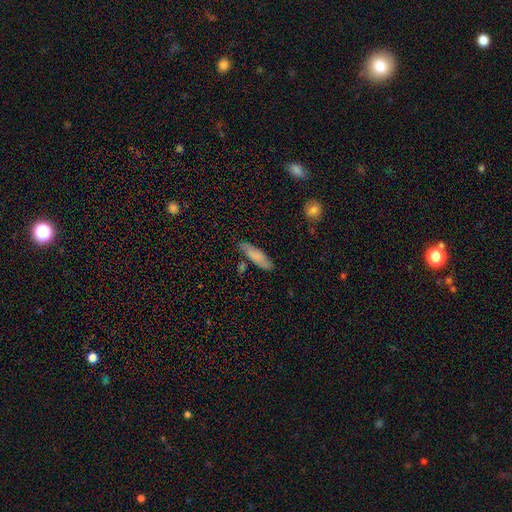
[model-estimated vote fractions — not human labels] A smooth galaxy with no disk features (76%) that is cigar-shaped (59%). Merging: none (77%).